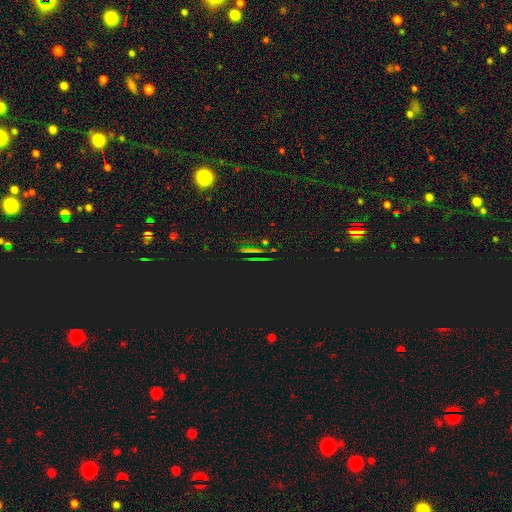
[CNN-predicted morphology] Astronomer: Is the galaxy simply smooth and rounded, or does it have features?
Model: star or artifact — 77%.